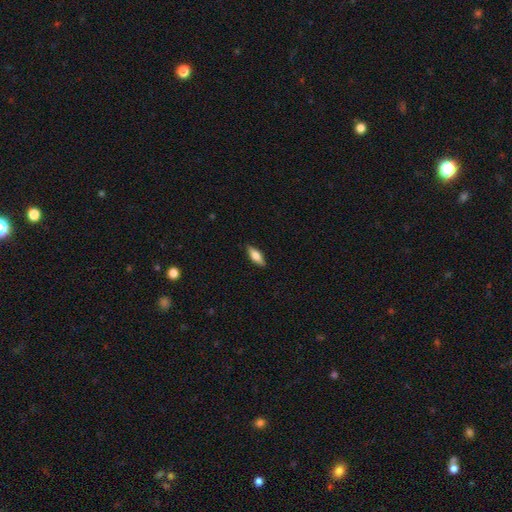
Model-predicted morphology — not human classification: Smooth or featured? smooth (65%)
How rounded? in between (61%)
Merging? none (87%)